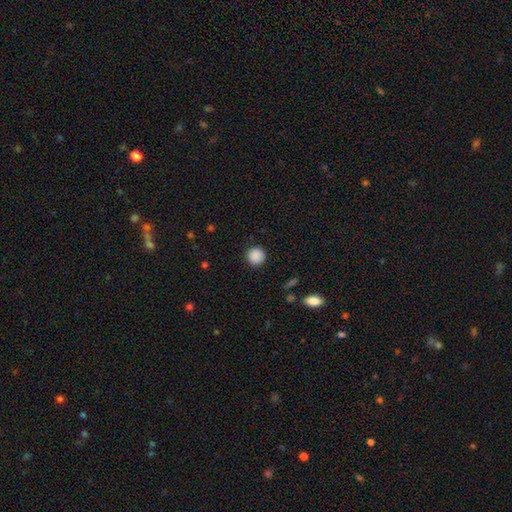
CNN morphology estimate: A smooth galaxy with no disk features (89%) that is round (94%).

Vote fractions:
- Smooth or featured? smooth: 89% / star or artifact: 9% / featured or disk: 3%
- How rounded? round: 94% / in between: 5% / cigar-shaped: 1%
- Merging? none: 91% / minor disturbance: 6% / major disturbance: 2% / merger: 1%